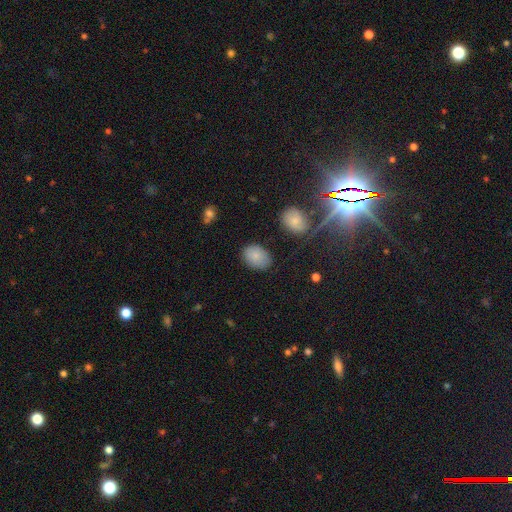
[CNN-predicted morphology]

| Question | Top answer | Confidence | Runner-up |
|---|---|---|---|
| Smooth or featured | smooth | 83% | featured or disk (9%) |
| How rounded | in between | 77% | round (22%) |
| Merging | none | 78% | minor disturbance (15%) |